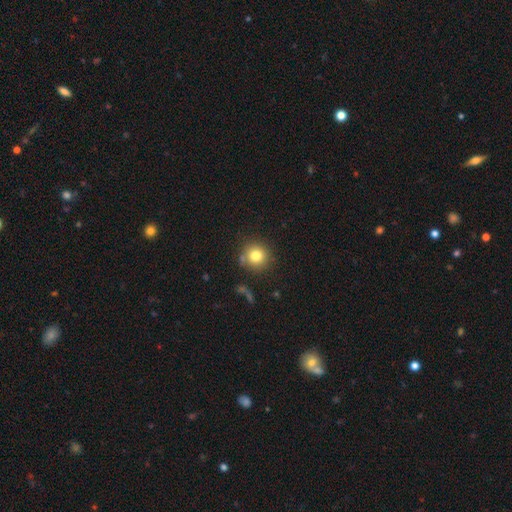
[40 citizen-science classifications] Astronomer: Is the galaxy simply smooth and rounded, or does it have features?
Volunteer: smooth — 88%.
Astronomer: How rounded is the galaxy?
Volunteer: round — 94%.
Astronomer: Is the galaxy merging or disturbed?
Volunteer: none — 84%.